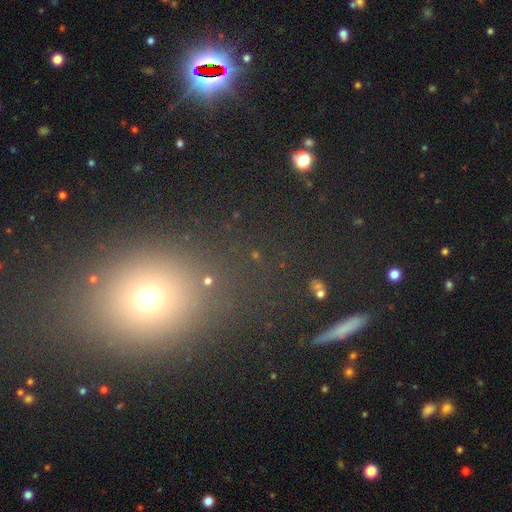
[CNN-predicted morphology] A star or artifact, not a galaxy (46%).